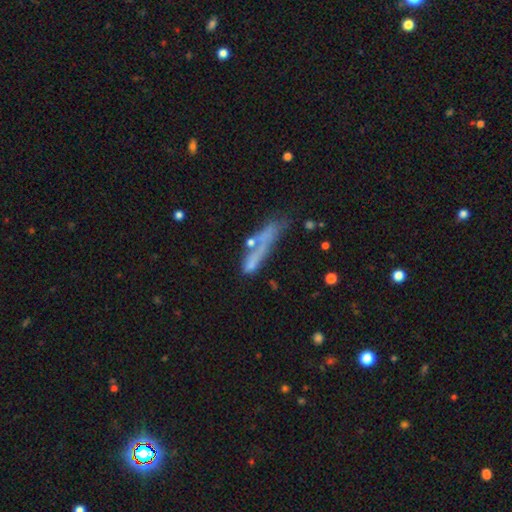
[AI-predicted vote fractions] A smooth galaxy with no disk features (53%) that is cigar-shaped (82%). Merging: none (43%).